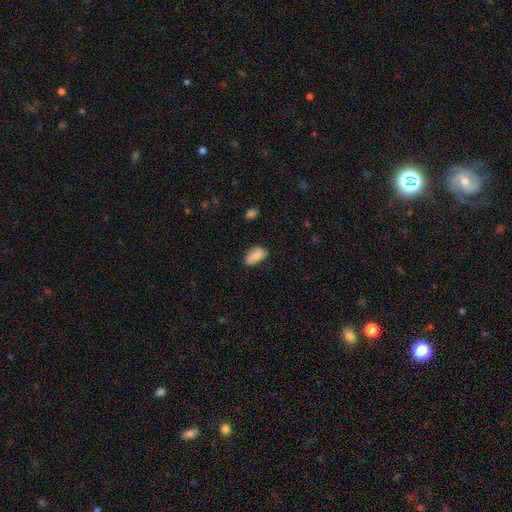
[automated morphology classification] smooth-or-featured: smooth: 78% | featured or disk: 14% | star or artifact: 7%
  how-rounded: in between: 91% | round: 6% | cigar-shaped: 2%
  merging: none: 62% | minor disturbance: 31% | major disturbance: 6% | merger: 2%